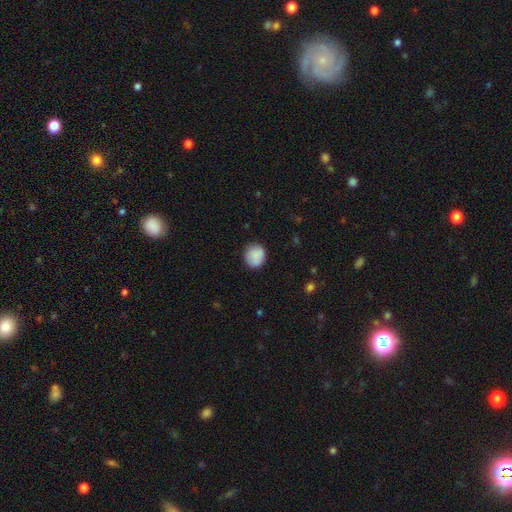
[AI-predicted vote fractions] This is clearly a smooth galaxy (86%). How rounded: clearly round (80%). Merging: clearly none (81%).